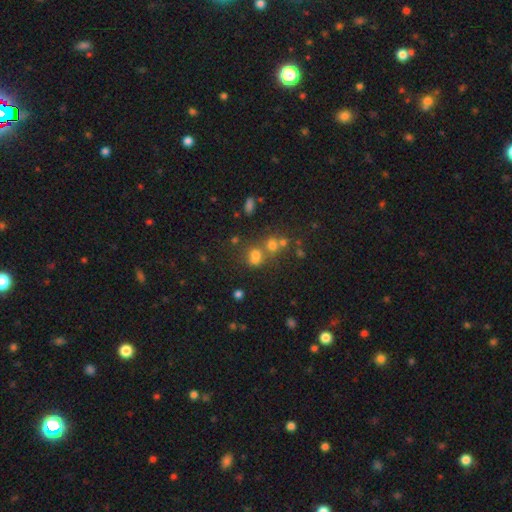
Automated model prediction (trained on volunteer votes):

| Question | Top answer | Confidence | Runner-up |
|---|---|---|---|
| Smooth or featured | smooth | 61% | star or artifact (26%) |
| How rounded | round | 65% | in between (33%) |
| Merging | merger | 43% | none (41%) |